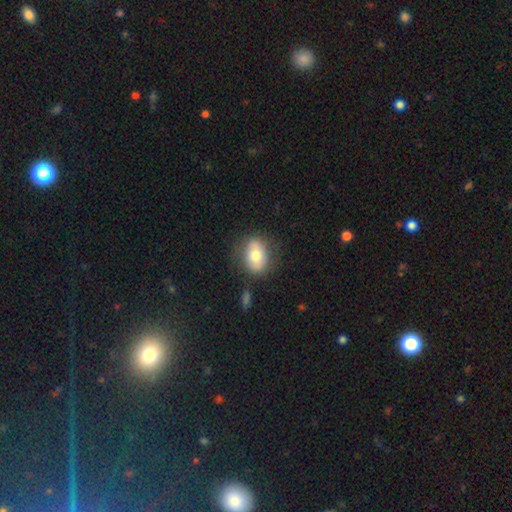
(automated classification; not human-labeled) Overall: smooth (71%). How rounded: in between (75%). Merging: none (75%).